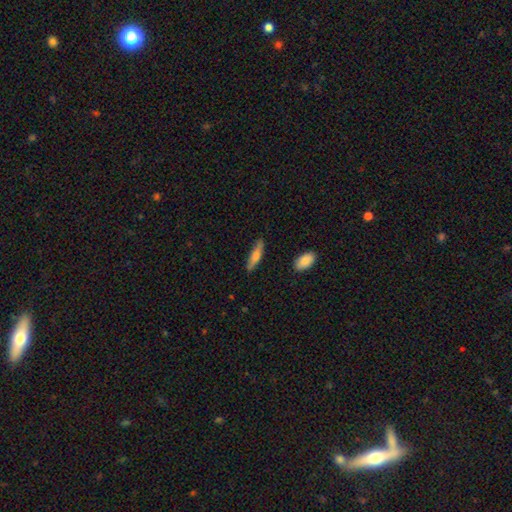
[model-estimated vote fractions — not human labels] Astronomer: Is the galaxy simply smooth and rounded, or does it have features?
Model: smooth — 67%.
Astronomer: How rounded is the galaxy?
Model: cigar-shaped — 72%.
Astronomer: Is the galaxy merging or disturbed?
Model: none — 84%.